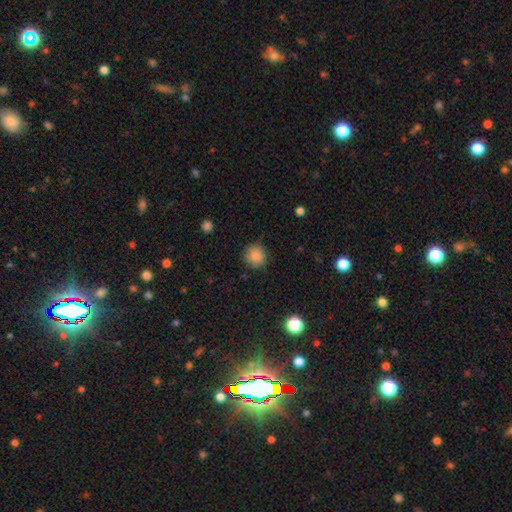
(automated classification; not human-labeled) smooth-or-featured: smooth: 85% | star or artifact: 10% | featured or disk: 5%
  how-rounded: round: 91% | in between: 8% | cigar-shaped: 1%
  merging: none: 86% | minor disturbance: 10% | major disturbance: 3% | merger: 1%